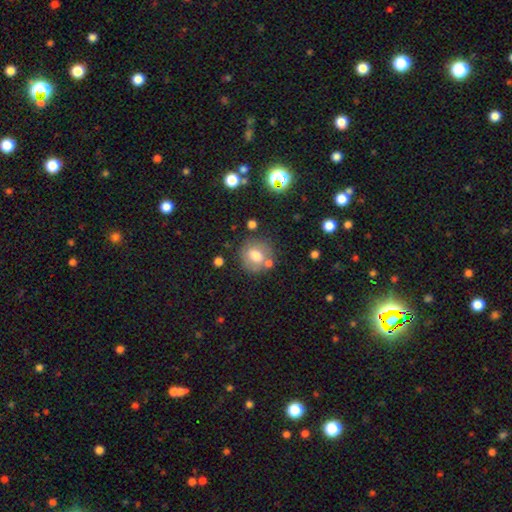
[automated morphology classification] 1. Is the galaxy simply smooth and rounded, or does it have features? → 64% smooth, 25% featured or disk, 11% star or artifact.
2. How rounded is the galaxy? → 80% round, 19% in between, 1% cigar-shaped.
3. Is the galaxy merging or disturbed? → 68% none, 15% minor disturbance, 11% merger, 5% major disturbance.